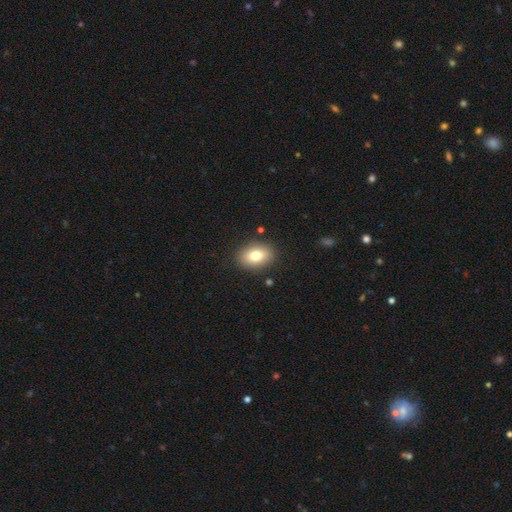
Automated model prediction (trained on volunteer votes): smooth-or-featured: smooth: 78% | featured or disk: 13% | star or artifact: 9%
  how-rounded: in between: 78% | round: 21% | cigar-shaped: 1%
  merging: none: 87% | minor disturbance: 9% | major disturbance: 3% | merger: 2%